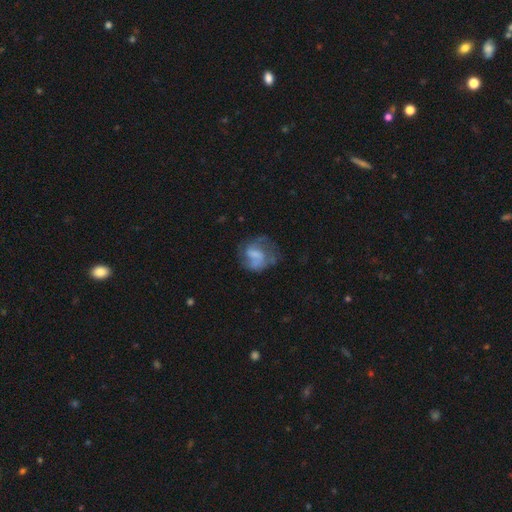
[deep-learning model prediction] This is possibly a featured or disk galaxy (56%). It is clearly not viewed edge-on (98%). Bar: marginally no (44%). Spiral arm pattern: likely yes (68%). Central bulge: marginally none (42%). Merging: marginally none (43%).